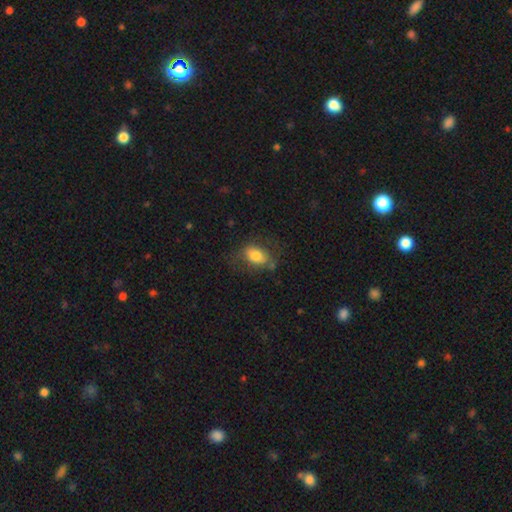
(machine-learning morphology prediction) Smooth or featured?
  - smooth: 74% *
  - featured or disk: 18%
  - star or artifact: 8%
How rounded?
  - in between: 83% *
  - round: 15%
  - cigar-shaped: 2%
Merging?
  - none: 61% *
  - minor disturbance: 24%
  - major disturbance: 13%
  - merger: 2%